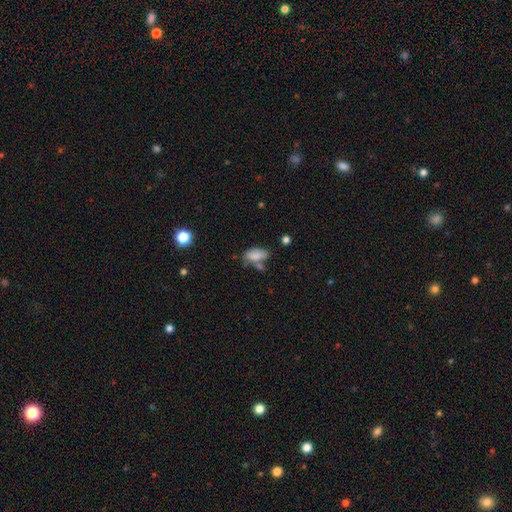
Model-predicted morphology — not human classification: smooth 77%, featured or disk 13%, star or artifact 10%. Down the decision tree: how rounded — in between (88%); merging — none (44%).